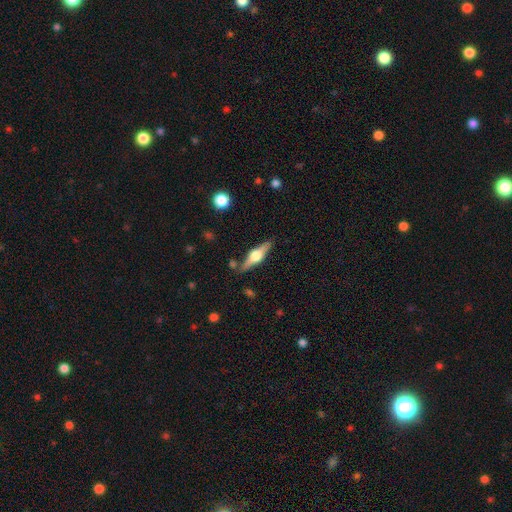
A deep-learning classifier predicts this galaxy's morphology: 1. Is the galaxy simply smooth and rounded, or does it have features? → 71% featured or disk, 23% smooth, 6% star or artifact.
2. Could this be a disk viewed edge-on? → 97% yes, 3% no.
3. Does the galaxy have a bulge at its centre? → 93% rounded, 5% boxy, 1% none.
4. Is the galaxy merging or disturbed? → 84% none, 10% minor disturbance, 3% merger, 2% major disturbance.